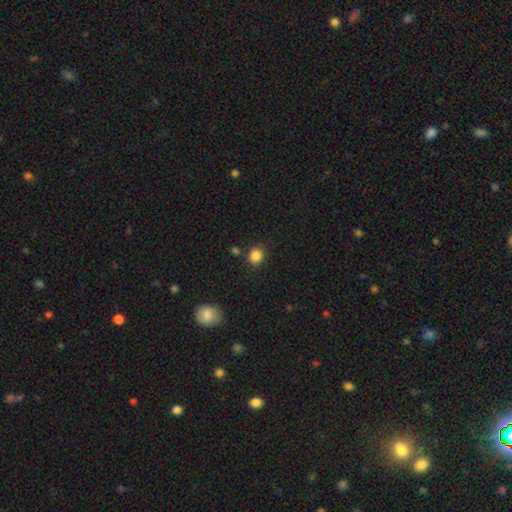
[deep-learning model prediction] A smooth galaxy with no disk features (86%) that is round (80%). Merging: none (84%).